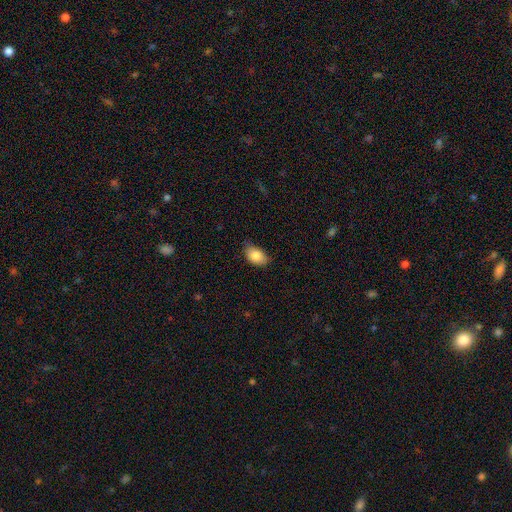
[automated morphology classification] The model was most divided on "merging": none: 69%, minor disturbance: 26%, major disturbance: 4%, merger: 1%. More confident: how rounded — in between (88%); smooth or featured — smooth (86%).